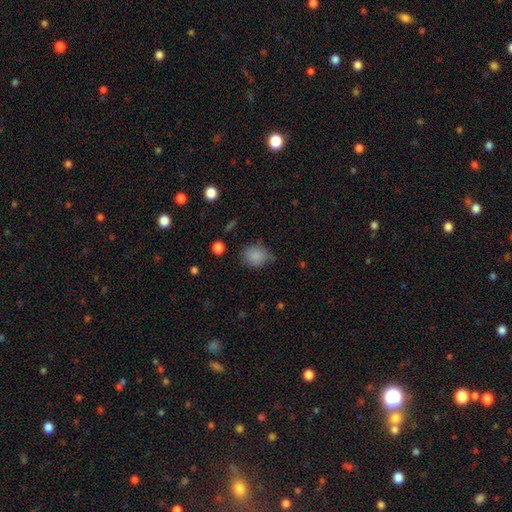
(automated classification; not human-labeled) The model was most divided on "how rounded": round: 61%, in between: 38%, cigar-shaped: 1%. More confident: smooth or featured — smooth (84%); merging — none (58%).